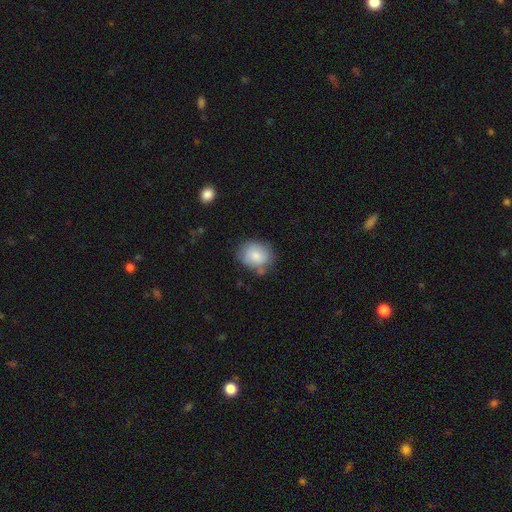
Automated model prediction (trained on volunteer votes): This is likely a smooth galaxy (79%). How rounded: possibly round (55%). Merging: likely none (63%).